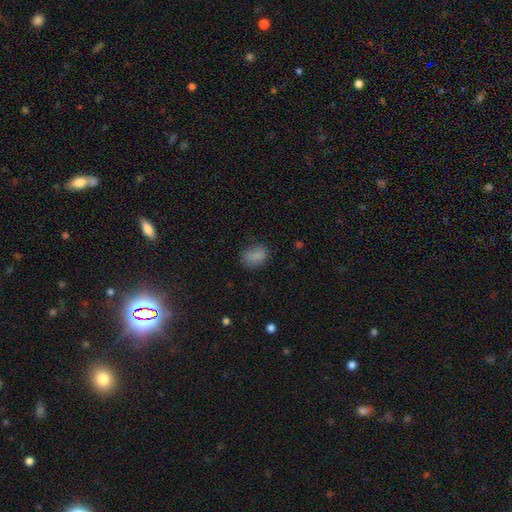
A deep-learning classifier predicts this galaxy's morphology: This is clearly a smooth galaxy (83%). How rounded: likely in between (68%). Merging: likely none (72%).